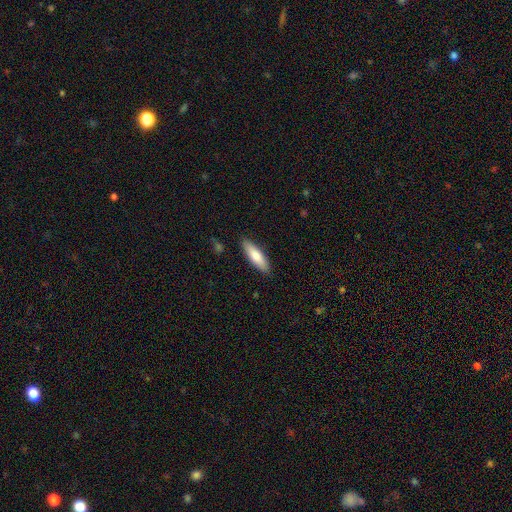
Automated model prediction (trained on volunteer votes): This is likely a smooth galaxy (78%). How rounded: possibly cigar-shaped (54%). Merging: clearly none (88%).